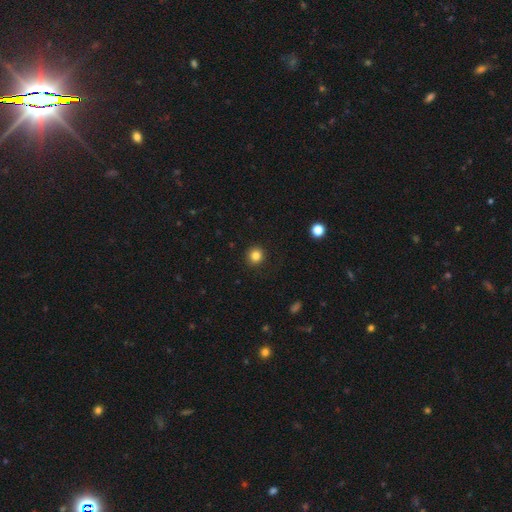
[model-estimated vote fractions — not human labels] Overall: smooth (83%). How rounded: round (92%). Merging: none (92%).